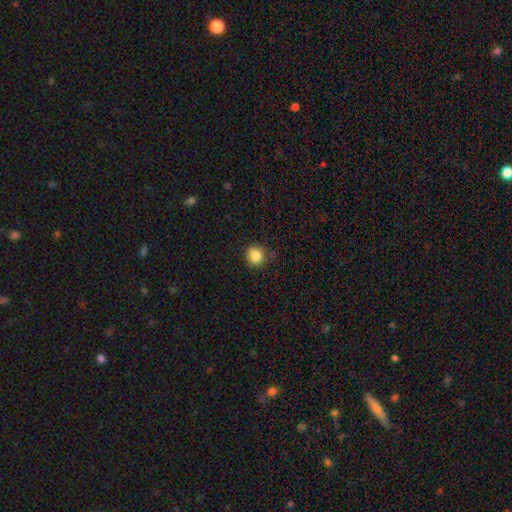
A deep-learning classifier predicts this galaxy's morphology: smooth_or_featured: smooth (p=0.85) [alt: star or artifact p=0.10]
how_rounded: round (p=0.82) [alt: in between p=0.17]
merging: none (p=0.74) [alt: minor disturbance p=0.20]